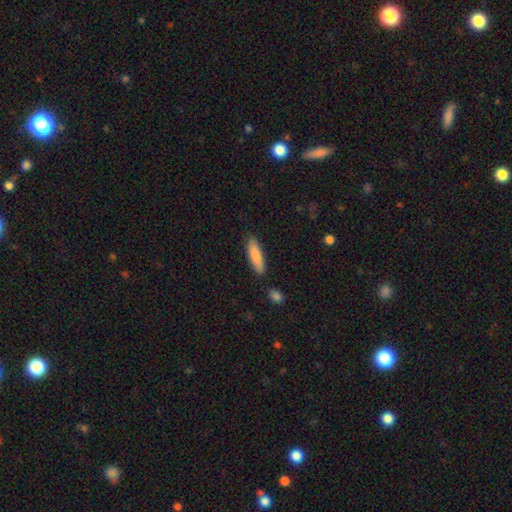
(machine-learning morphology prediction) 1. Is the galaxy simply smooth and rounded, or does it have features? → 85% smooth, 10% featured or disk, 6% star or artifact.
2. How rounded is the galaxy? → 62% cigar-shaped, 37% in between, 2% round.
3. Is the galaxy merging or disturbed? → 85% none, 10% minor disturbance, 3% merger, 2% major disturbance.